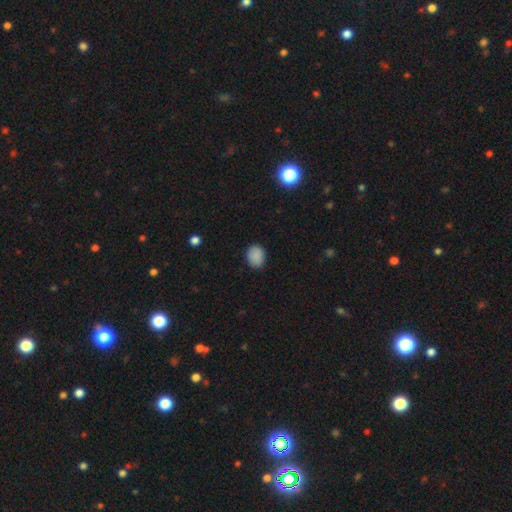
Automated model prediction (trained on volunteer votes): Overall: smooth (88%). How rounded: round (56%; in between 43%). Merging: none (84%).